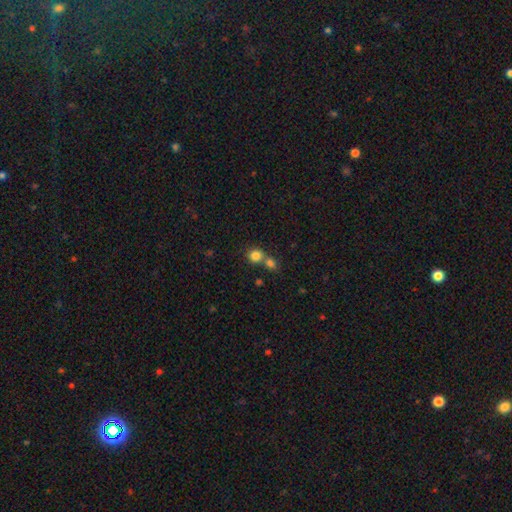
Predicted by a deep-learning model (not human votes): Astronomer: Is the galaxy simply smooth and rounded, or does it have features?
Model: smooth — 82%.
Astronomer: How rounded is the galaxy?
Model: round — 83%.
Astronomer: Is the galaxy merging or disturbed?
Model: none — 49% (runner-up: merger, 41%).